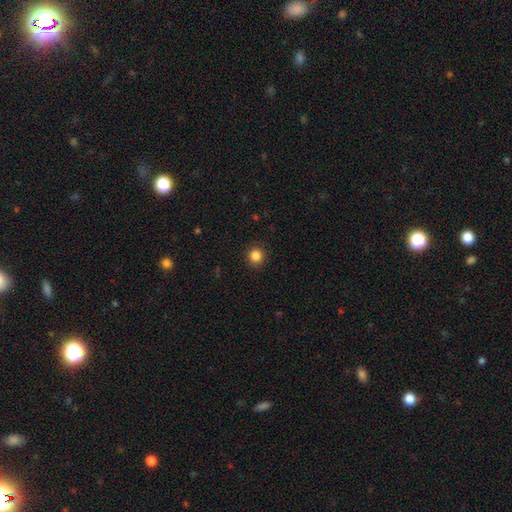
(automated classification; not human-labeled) smooth-or-featured: smooth: 85% | star or artifact: 11% | featured or disk: 4%
  how-rounded: round: 91% | in between: 8% | cigar-shaped: 1%
  merging: none: 92% | minor disturbance: 6% | major disturbance: 2% | merger: 1%